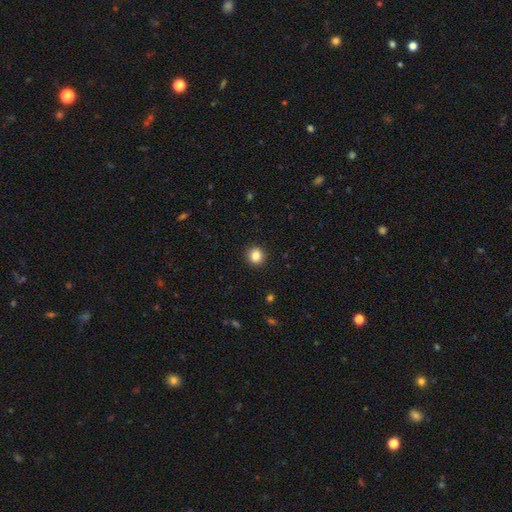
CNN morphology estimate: This appears to be a smooth galaxy with no disk features (85%) that is round (85%). Merging: none (92%).